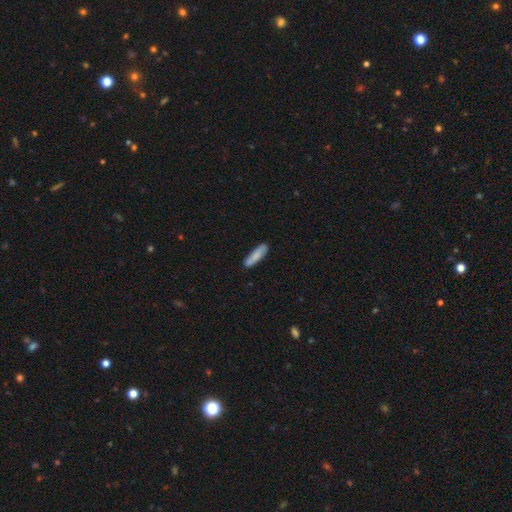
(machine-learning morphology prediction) smooth_or_featured: smooth (p=0.81) [alt: featured or disk p=0.13]
how_rounded: cigar-shaped (p=0.75) [alt: in between p=0.24]
merging: none (p=0.84) [alt: minor disturbance p=0.12]